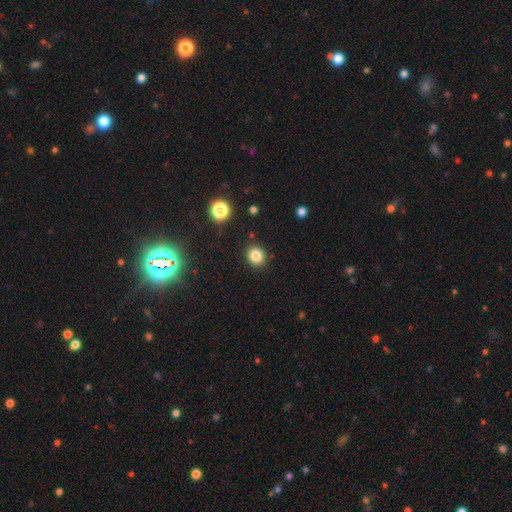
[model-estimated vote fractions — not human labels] This appears to be a smooth galaxy with no disk features (83%) that is round (79%). Merging: none (89%).